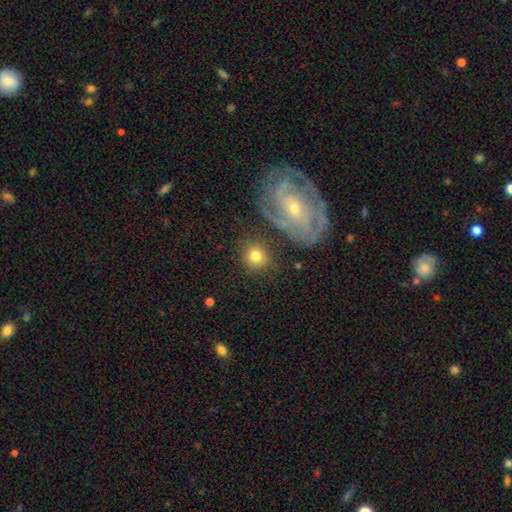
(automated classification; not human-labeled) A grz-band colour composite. It shows a smooth galaxy with no disk features (72%) that is round (84%). Merging: none (76%).